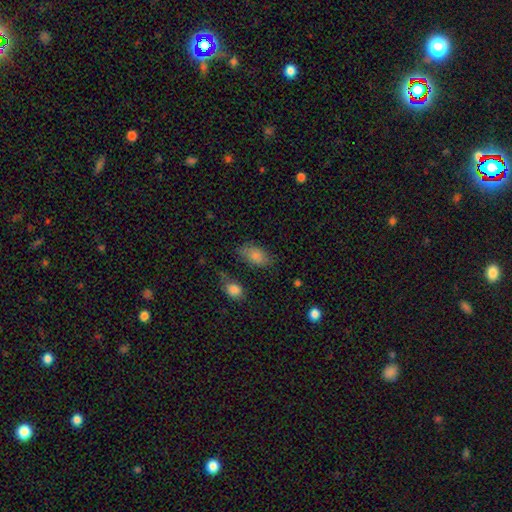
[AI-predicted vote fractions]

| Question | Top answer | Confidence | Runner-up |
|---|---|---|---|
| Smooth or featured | smooth | 83% | star or artifact (9%) |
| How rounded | in between | 92% | round (5%) |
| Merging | none | 67% | minor disturbance (21%) |